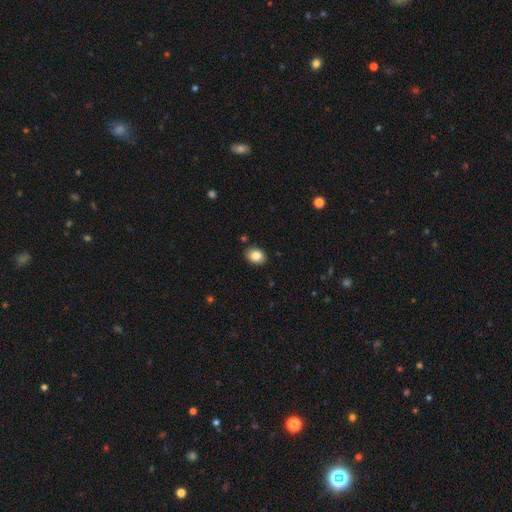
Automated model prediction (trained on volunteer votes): A smooth galaxy with no disk features (84%) that is in between round and cigar-shaped (67%).

Vote fractions:
- Smooth or featured? smooth: 84% / star or artifact: 8% / featured or disk: 8%
- How rounded? in between: 67% / round: 32% / cigar-shaped: 1%
- Merging? none: 88% / minor disturbance: 8% / major disturbance: 2% / merger: 2%